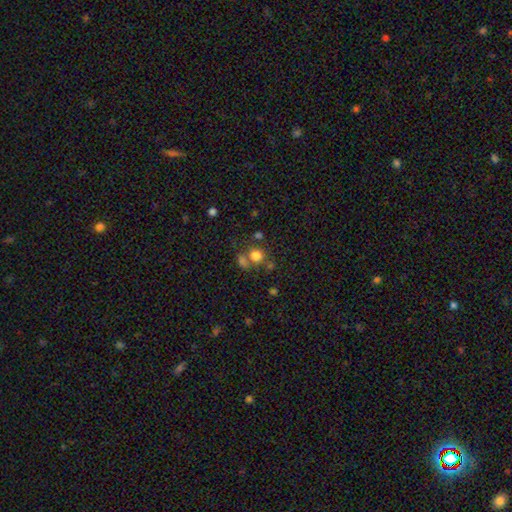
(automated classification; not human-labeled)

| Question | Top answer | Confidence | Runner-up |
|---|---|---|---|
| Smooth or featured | smooth | 74% | star or artifact (16%) |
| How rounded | round | 83% | in between (16%) |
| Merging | none | 56% | merger (28%) |